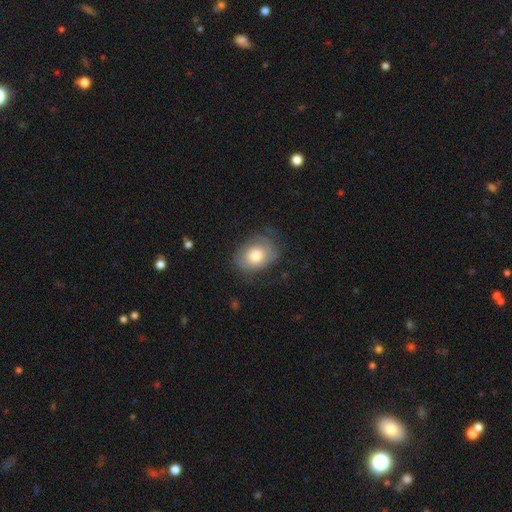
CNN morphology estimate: Q: Smooth or featured?
A: smooth (61%); runner-up: featured or disk (31%)
Q: How rounded?
A: in between (54%); runner-up: round (45%)
Q: Merging?
A: none (62%); runner-up: minor disturbance (26%)